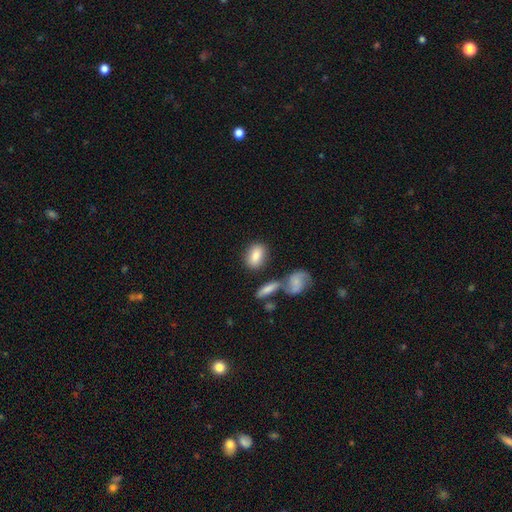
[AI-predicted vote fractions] Smooth or featured? Predicted: smooth (p=0.83). How rounded? Predicted: in between (p=0.80). Merging? Predicted: none (p=0.75).